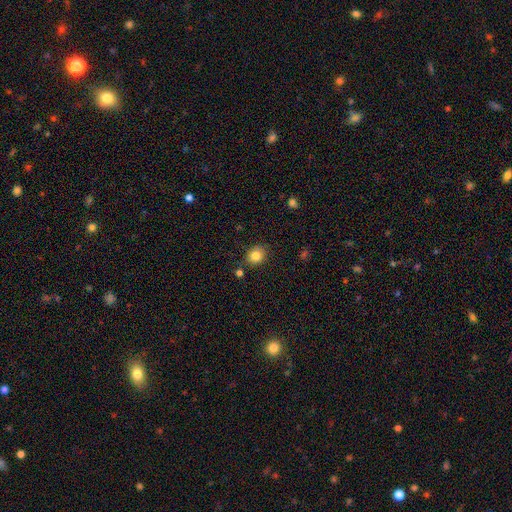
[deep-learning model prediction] Smooth or featured? Predicted: smooth (p=0.84). How rounded? Predicted: round (p=0.62). Merging? Predicted: none (p=0.82).